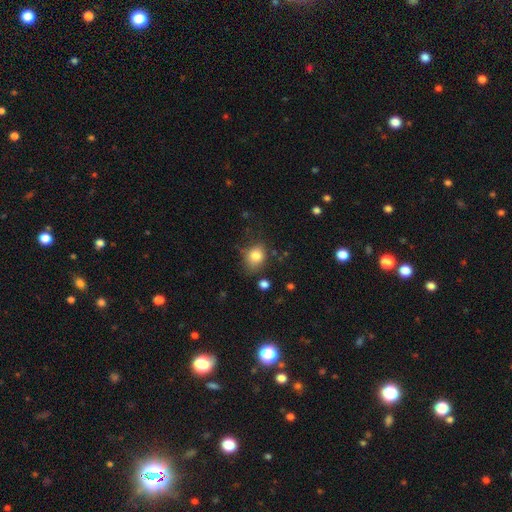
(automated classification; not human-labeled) The model was most divided on "how rounded": round: 53%, in between: 46%, cigar-shaped: 1%. More confident: smooth or featured — smooth (81%); merging — none (67%).